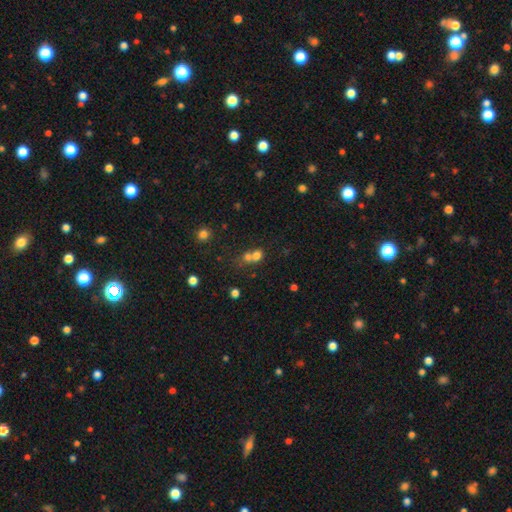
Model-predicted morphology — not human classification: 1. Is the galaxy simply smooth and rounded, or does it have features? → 70% smooth, 16% star or artifact, 13% featured or disk.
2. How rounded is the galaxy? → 71% round, 27% in between, 1% cigar-shaped.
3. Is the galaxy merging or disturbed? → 57% merger, 32% none, 7% minor disturbance, 4% major disturbance.